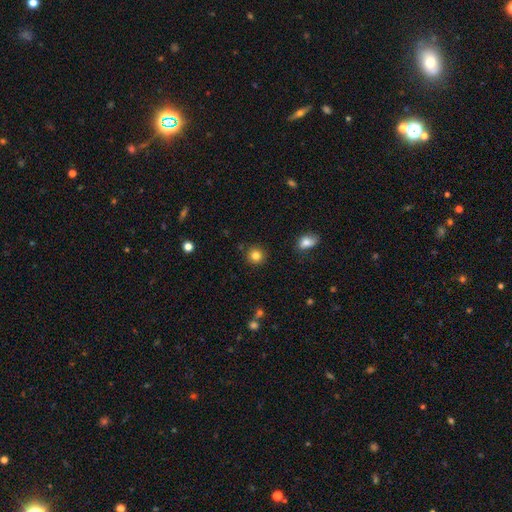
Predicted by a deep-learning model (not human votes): This is clearly a smooth galaxy (84%). How rounded: clearly round (93%). Merging: clearly none (90%).